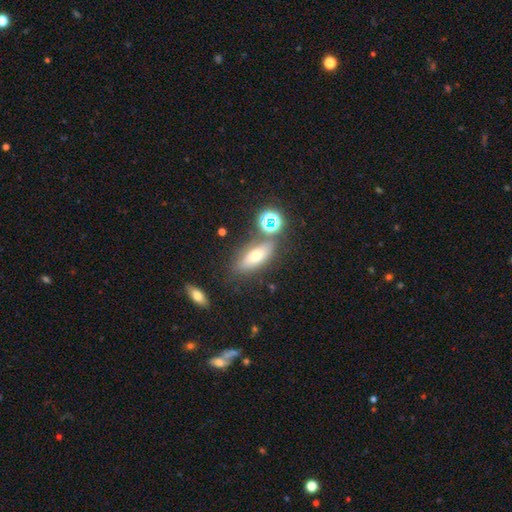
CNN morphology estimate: Smooth or featured? Predicted: smooth (p=0.57). How rounded? Predicted: in between (p=0.68). Merging? Predicted: none (p=0.70).